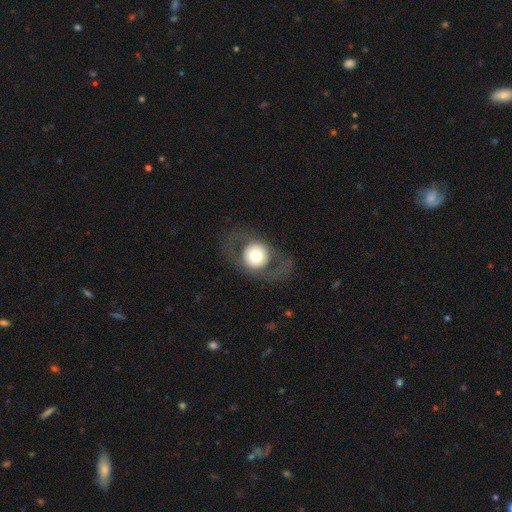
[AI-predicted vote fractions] Smooth or featured? smooth (50%)
Merging? none (75%)